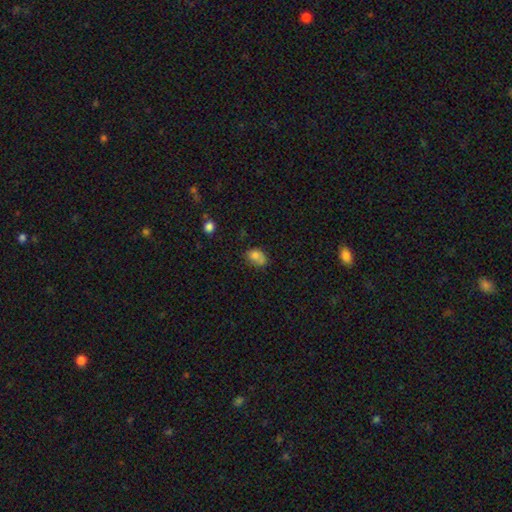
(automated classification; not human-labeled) Morphology: type=smooth (76%); roundness=in between (71%); merging=none (49%).